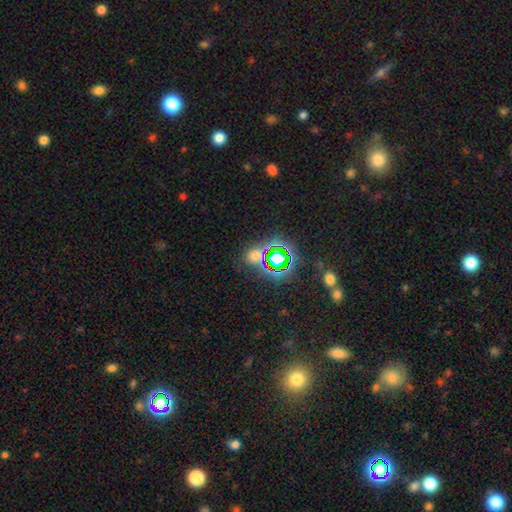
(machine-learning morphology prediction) Smooth or featured: star or artifact — 54% (smooth — 37%)